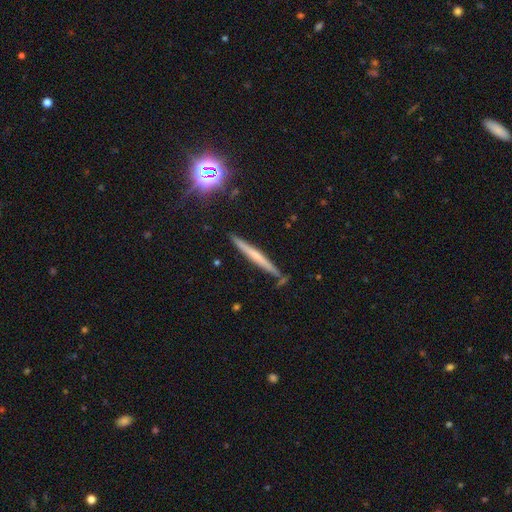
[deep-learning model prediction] Smooth or featured? featured or disk (50%)
Merging? none (85%)